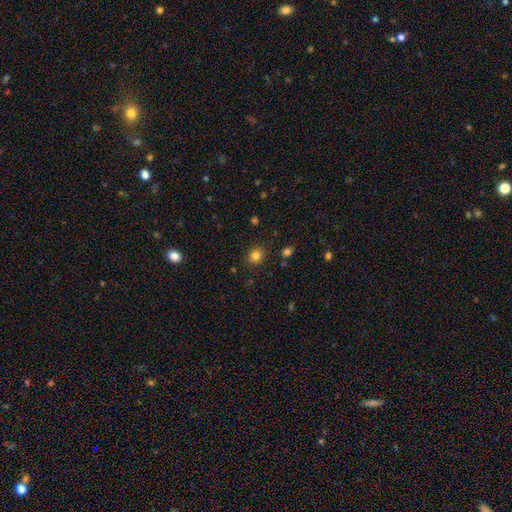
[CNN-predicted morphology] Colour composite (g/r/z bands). It shows a smooth galaxy with no disk features (82%) that is round (74%). Merging: none (87%).